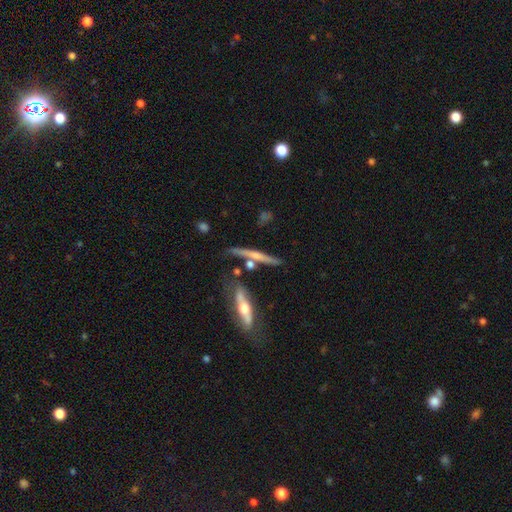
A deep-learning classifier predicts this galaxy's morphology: smooth_or_featured: featured or disk (p=0.62) [alt: smooth p=0.31]
disk_edge_on: yes (p=0.94) [alt: no p=0.06]
edge_on_bulge: rounded (p=0.68) [alt: none p=0.23]
merging: none (p=0.68) [alt: minor disturbance p=0.15]